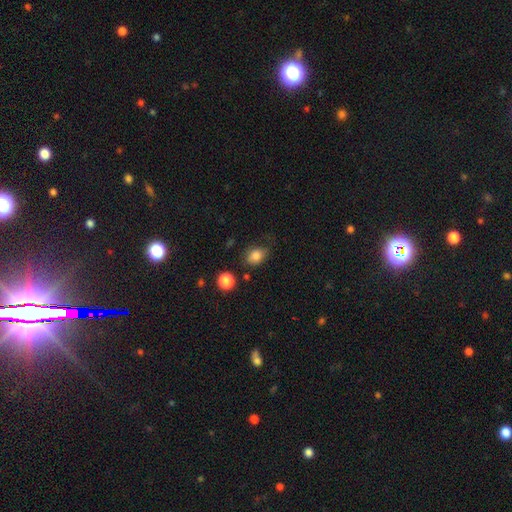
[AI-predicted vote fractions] smooth_or_featured: smooth (p=0.82) [alt: star or artifact p=0.10]
how_rounded: in between (p=0.65) [alt: round p=0.34]
merging: none (p=0.64) [alt: minor disturbance p=0.25]